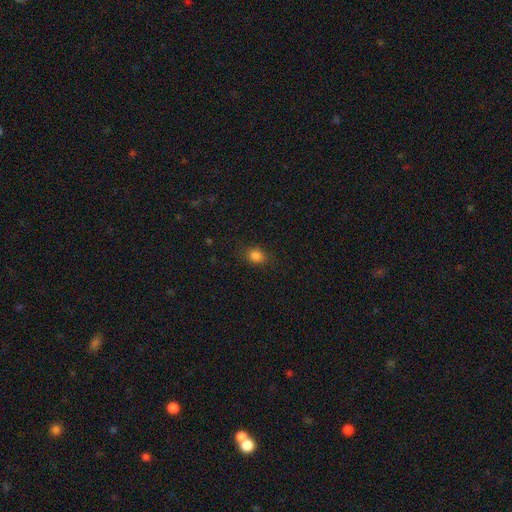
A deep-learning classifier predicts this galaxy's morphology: This is clearly a smooth galaxy (83%). How rounded: possibly in between (54%). Merging: clearly none (84%).